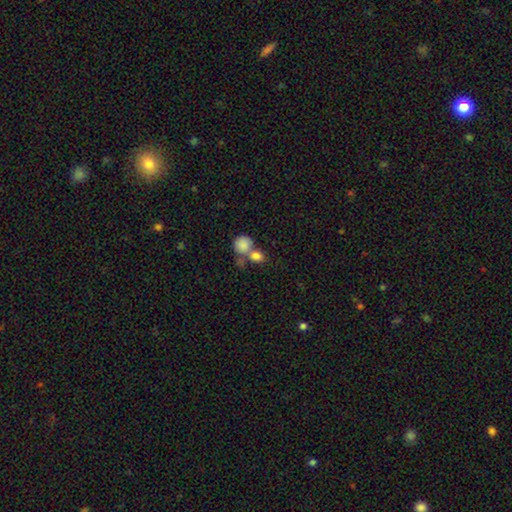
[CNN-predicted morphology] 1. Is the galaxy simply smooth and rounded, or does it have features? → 82% smooth, 10% star or artifact, 9% featured or disk.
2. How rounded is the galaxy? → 65% round, 33% in between, 1% cigar-shaped.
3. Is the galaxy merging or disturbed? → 52% merger, 35% none, 8% minor disturbance, 5% major disturbance.